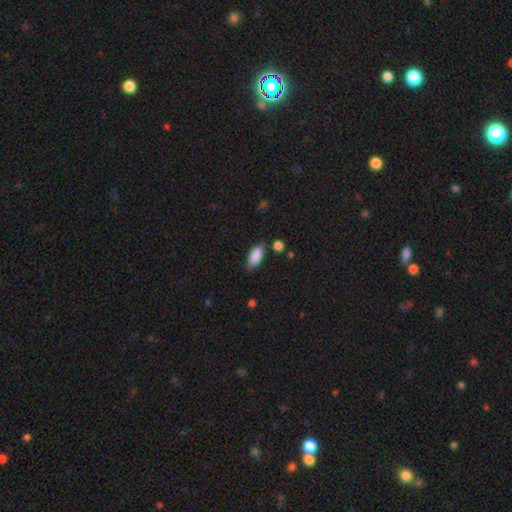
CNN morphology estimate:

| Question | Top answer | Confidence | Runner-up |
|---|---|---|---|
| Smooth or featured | smooth | 88% | star or artifact (7%) |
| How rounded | in between | 87% | cigar-shaped (11%) |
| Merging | none | 77% | minor disturbance (16%) |